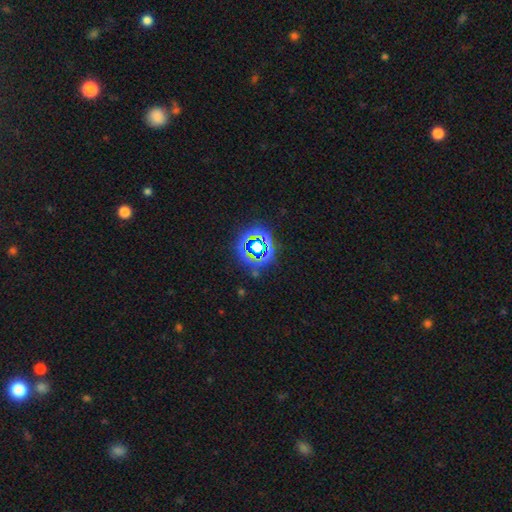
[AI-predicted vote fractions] Smooth or featured: star or artifact — 72% (smooth — 21%)